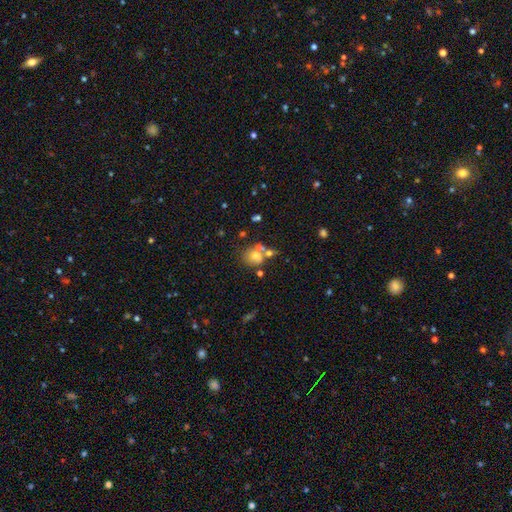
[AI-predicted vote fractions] This is likely a smooth galaxy (64%). How rounded: likely round (70%). Merging: possibly none (46%).